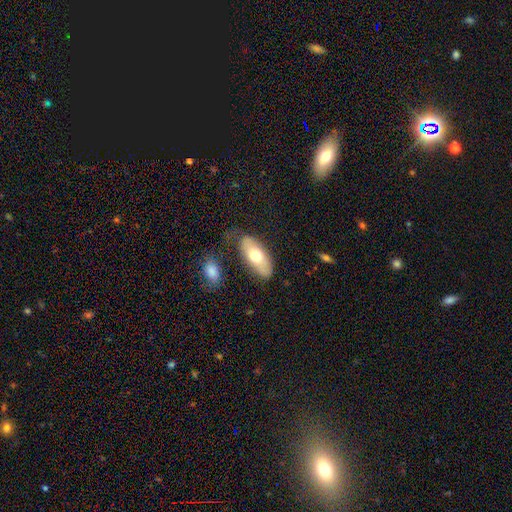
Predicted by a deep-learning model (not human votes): smooth-or-featured: smooth: 66% | featured or disk: 28% | star or artifact: 6%
  how-rounded: in between: 86% | cigar-shaped: 11% | round: 3%
  merging: none: 73% | minor disturbance: 17% | major disturbance: 5% | merger: 5%